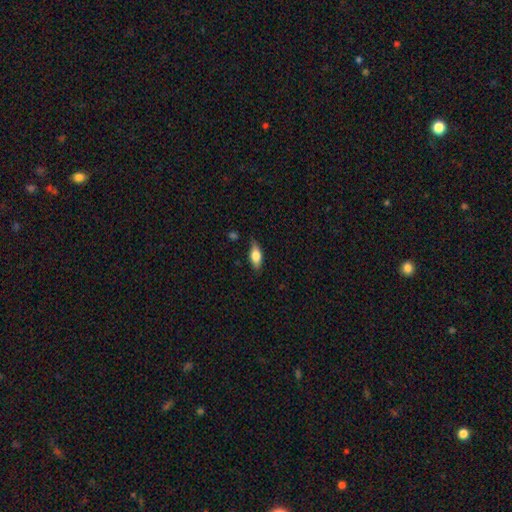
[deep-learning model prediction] Smooth or featured: smooth — 70% (featured or disk — 23%)
How rounded: in between — 78% (cigar-shaped — 18%)
Merging: none — 76% (minor disturbance — 19%)